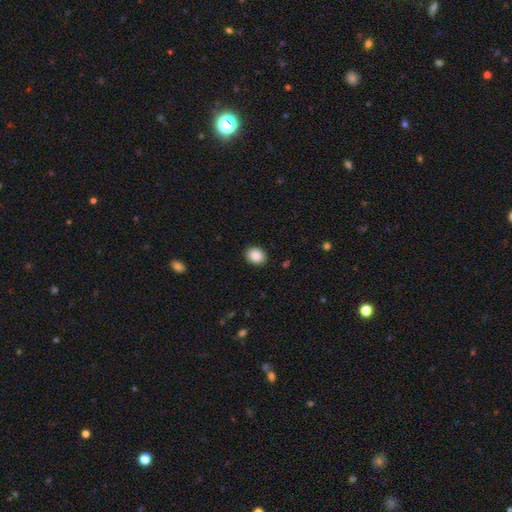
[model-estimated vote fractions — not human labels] Smooth or featured? smooth (89%)
How rounded? in between (59%)
Merging? none (90%)